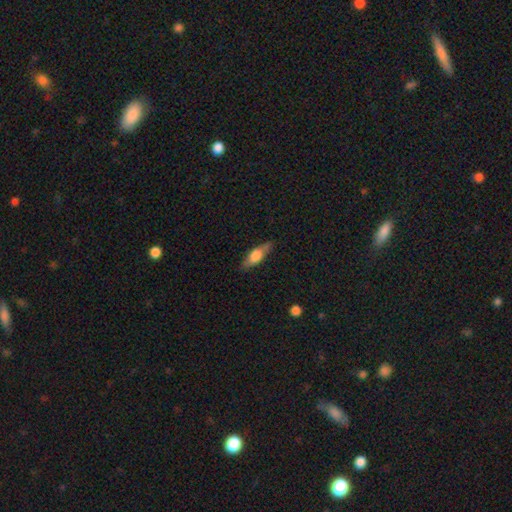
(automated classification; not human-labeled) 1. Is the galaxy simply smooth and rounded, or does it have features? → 51% smooth, 42% featured or disk, 6% star or artifact.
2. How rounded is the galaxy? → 50% in between, 47% cigar-shaped, 3% round.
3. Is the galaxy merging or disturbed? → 81% none, 15% minor disturbance, 3% major disturbance, 1% merger.